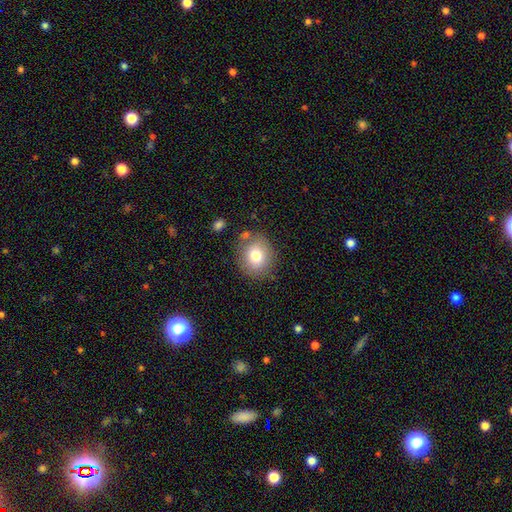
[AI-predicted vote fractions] Smooth or featured?
  - smooth: 78% *
  - featured or disk: 13%
  - star or artifact: 10%
How rounded?
  - round: 74% *
  - in between: 25%
  - cigar-shaped: 1%
Merging?
  - none: 78% *
  - minor disturbance: 13%
  - merger: 5%
  - major disturbance: 4%